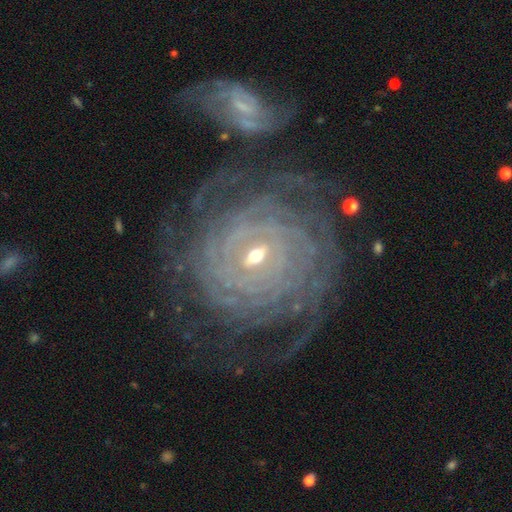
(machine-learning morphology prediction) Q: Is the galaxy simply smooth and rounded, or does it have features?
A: featured or disk — 89%.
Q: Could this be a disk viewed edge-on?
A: no — 97%.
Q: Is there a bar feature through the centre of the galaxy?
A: weak — 40%.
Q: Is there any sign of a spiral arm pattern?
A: yes — 97%.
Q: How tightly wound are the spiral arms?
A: tight — 89%.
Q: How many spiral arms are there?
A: can't tell — 31%.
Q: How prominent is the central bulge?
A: small — 65%.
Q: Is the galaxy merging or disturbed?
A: none — 59%.